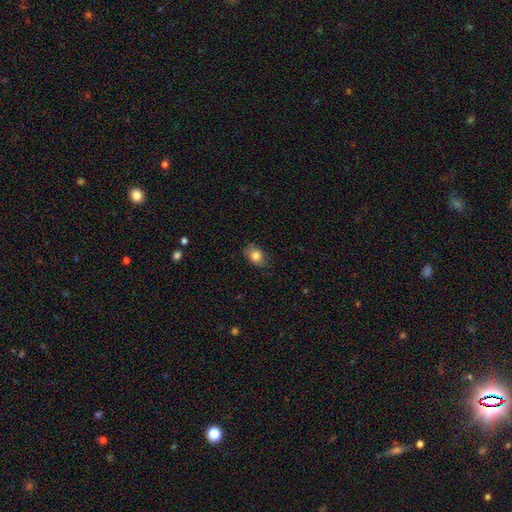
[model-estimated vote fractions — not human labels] smooth-or-featured: smooth: 82% | featured or disk: 10% | star or artifact: 9%
  how-rounded: in between: 69% | round: 29% | cigar-shaped: 2%
  merging: none: 78% | minor disturbance: 18% | major disturbance: 4% | merger: 1%